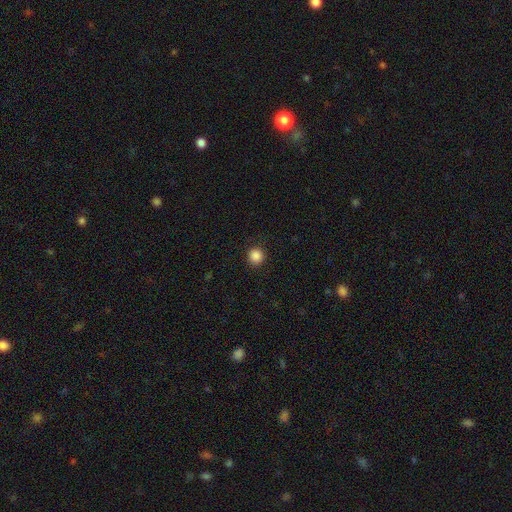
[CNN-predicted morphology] Smooth or featured: smooth — 87% (star or artifact — 10%)
How rounded: round — 93% (in between — 6%)
Merging: none — 91% (minor disturbance — 6%)